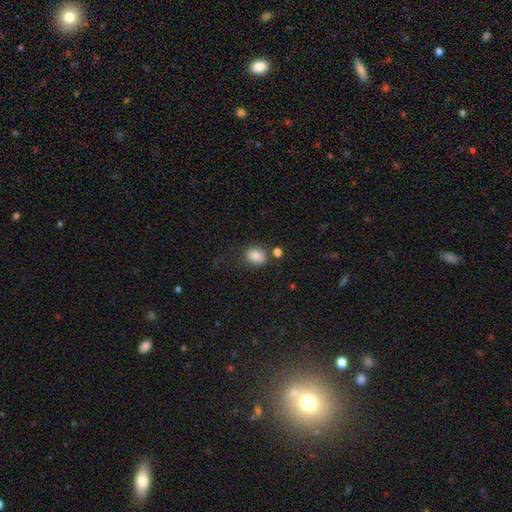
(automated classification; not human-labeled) This is clearly a smooth galaxy (85%). How rounded: likely in between (63%). Merging: likely none (67%).